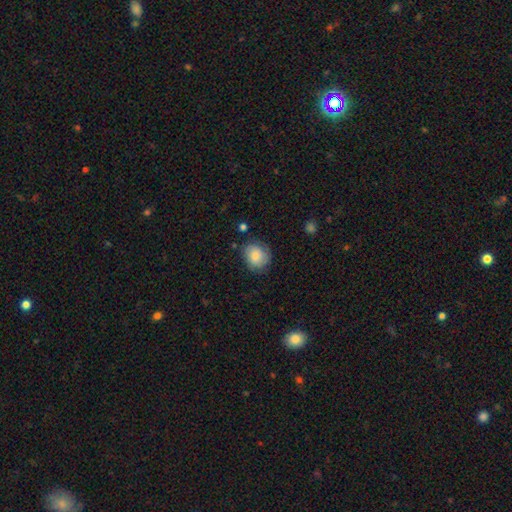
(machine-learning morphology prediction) Smooth or featured?
  - smooth: 77% *
  - featured or disk: 15%
  - star or artifact: 8%
How rounded?
  - round: 70% *
  - in between: 30%
  - cigar-shaped: 1%
Merging?
  - none: 71% *
  - minor disturbance: 21%
  - major disturbance: 6%
  - merger: 2%